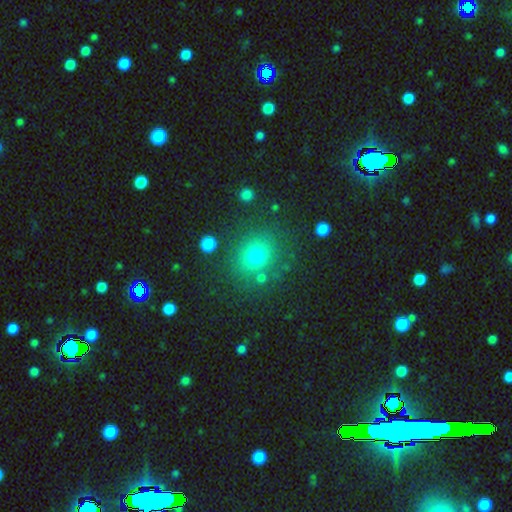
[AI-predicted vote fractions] smooth_or_featured: smooth (p=0.73) [alt: star or artifact p=0.17]
how_rounded: round (p=0.77) [alt: in between p=0.22]
merging: none (p=0.80) [alt: minor disturbance p=0.10]